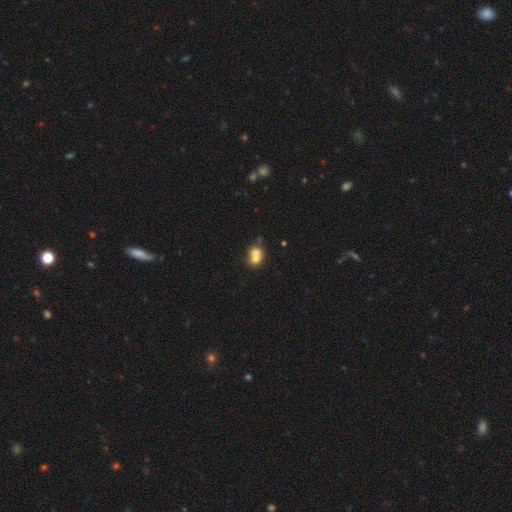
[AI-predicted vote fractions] The model was most divided on "how rounded": round: 55%, in between: 44%, cigar-shaped: 1%. More confident: smooth or featured — smooth (70%); merging — merger (62%).